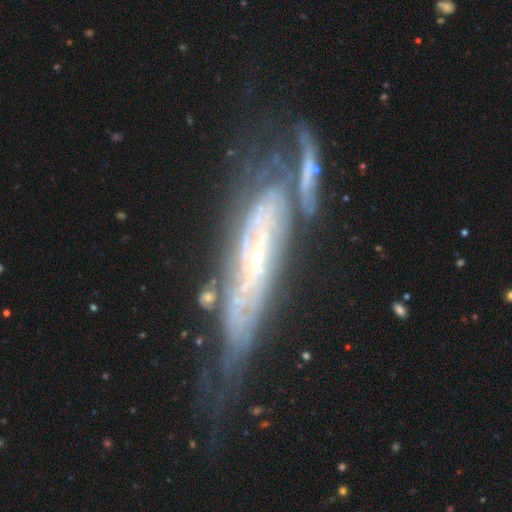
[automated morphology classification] The model was most divided on "merging": none: 49%, minor disturbance: 23%, major disturbance: 15%, merger: 13%. More confident: spiral arms — yes (85%); smooth or featured — featured or disk (83%); bulge size — small (80%); edge-on disk — no (70%); bar — no (60%).